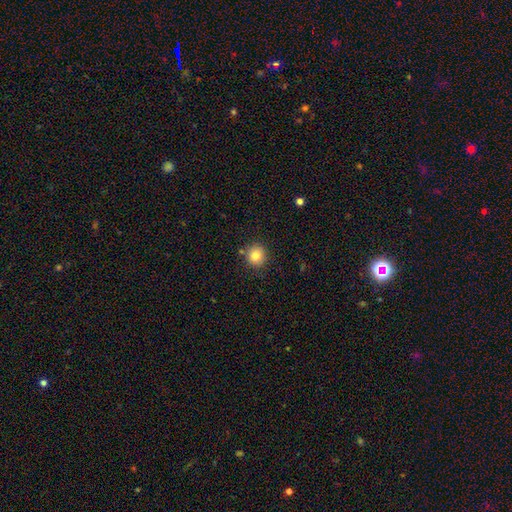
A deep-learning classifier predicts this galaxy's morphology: A smooth galaxy with no disk features (83%) that is round (91%).

Vote fractions:
- Smooth or featured? smooth: 83% / star or artifact: 10% / featured or disk: 7%
- How rounded? round: 91% / in between: 8% / cigar-shaped: 1%
- Merging? none: 85% / minor disturbance: 8% / merger: 4% / major disturbance: 2%